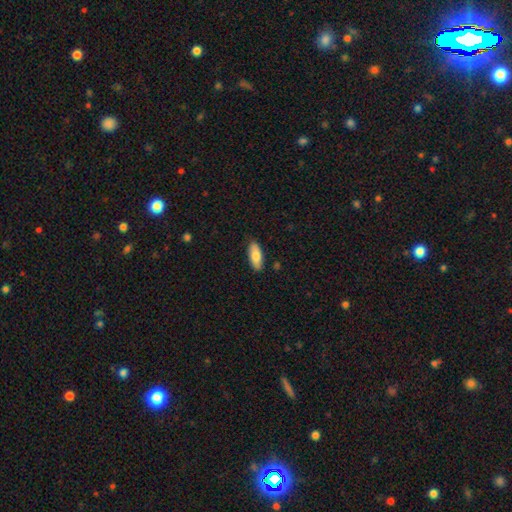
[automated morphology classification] Smooth or featured? smooth (80%)
How rounded? in between (80%)
Merging? none (87%)